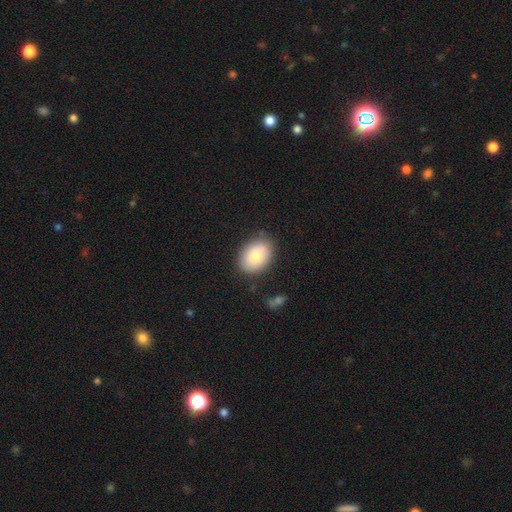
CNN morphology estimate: type=smooth (77%); roundness=in between (74%); merging=none (82%).